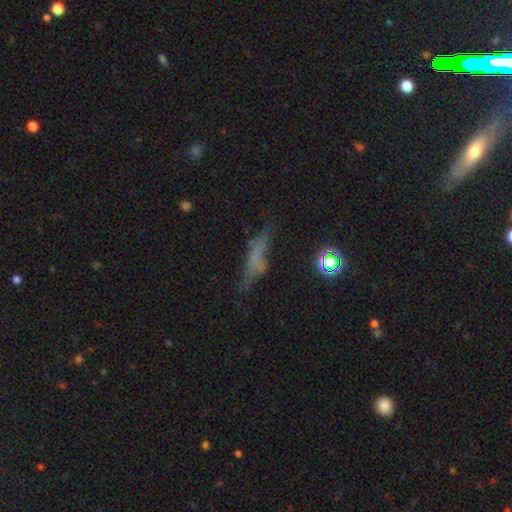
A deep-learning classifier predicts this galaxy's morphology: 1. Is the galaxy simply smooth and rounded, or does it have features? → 44% smooth, 35% featured or disk, 21% star or artifact.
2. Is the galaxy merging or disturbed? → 56% none, 24% minor disturbance, 16% major disturbance, 4% merger.